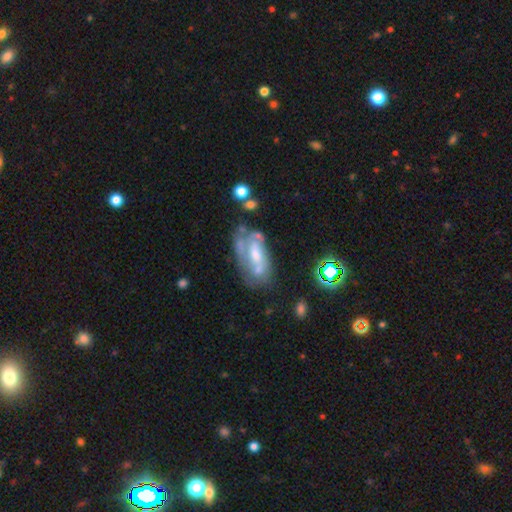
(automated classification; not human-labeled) A featured or disk galaxy (64%) with no bar (50%), spiral arms (55%) and a moderate central bulge (46%). Merging: none (43%).